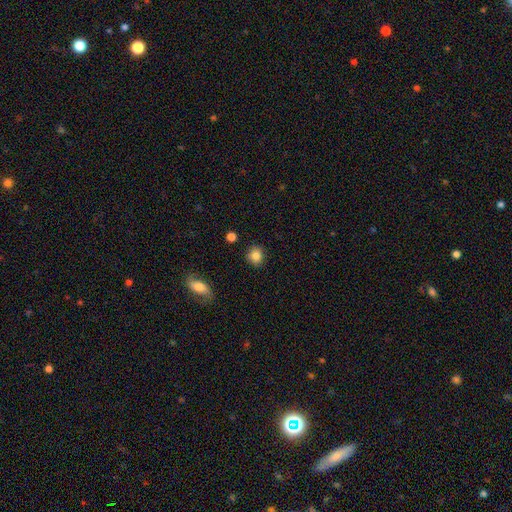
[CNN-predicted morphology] smooth_or_featured: smooth (p=0.84) [alt: star or artifact p=0.10]
how_rounded: round (p=0.78) [alt: in between p=0.21]
merging: none (p=0.85) [alt: minor disturbance p=0.10]